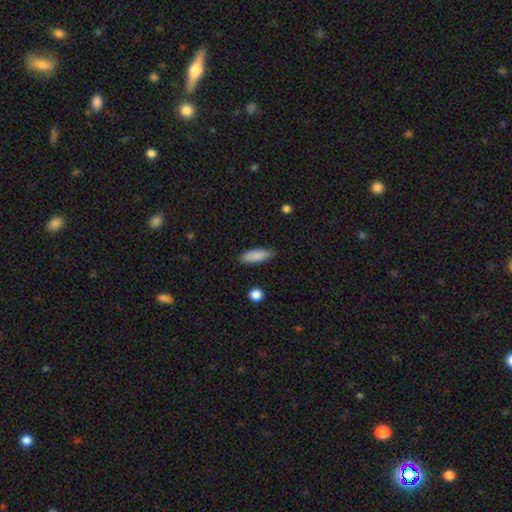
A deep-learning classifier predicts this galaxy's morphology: Smooth or featured: smooth — 88% (star or artifact — 6%)
How rounded: in between — 55% (cigar-shaped — 43%)
Merging: none — 85% (minor disturbance — 11%)